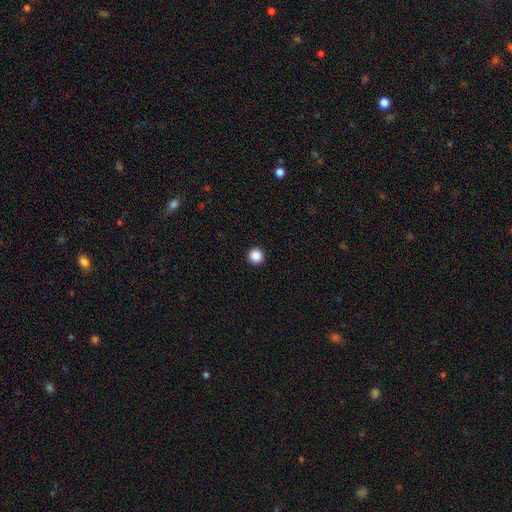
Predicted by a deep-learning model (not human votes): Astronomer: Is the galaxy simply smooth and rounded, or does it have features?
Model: smooth — 88%.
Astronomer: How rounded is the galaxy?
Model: round — 96%.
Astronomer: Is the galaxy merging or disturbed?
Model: none — 94%.